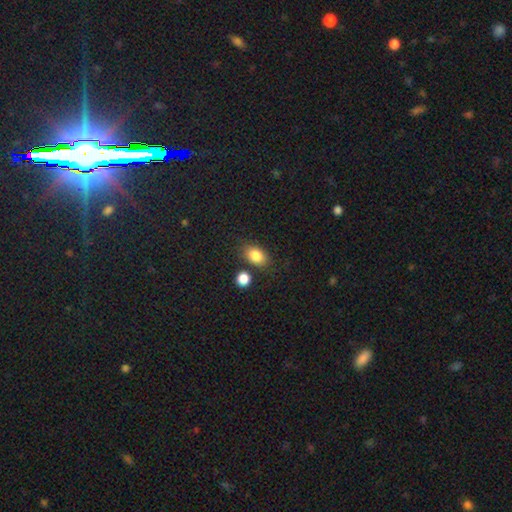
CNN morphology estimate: The model was most divided on "how rounded": in between: 79%, round: 19%, cigar-shaped: 2%. More confident: smooth or featured — smooth (84%); merging — none (75%).